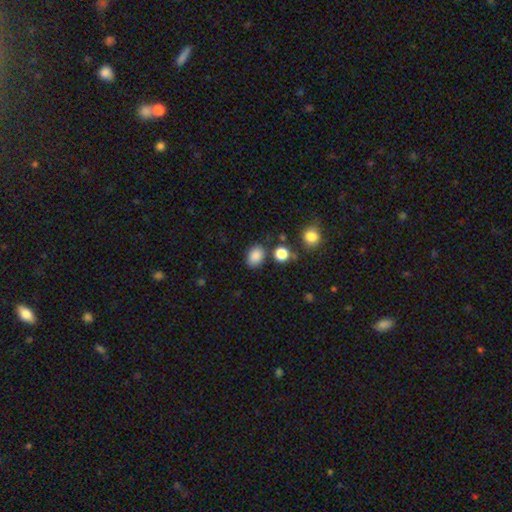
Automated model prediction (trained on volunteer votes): This appears to be a smooth galaxy with no disk features (85%) that is in between round and cigar-shaped (70%). Merging: none (77%).